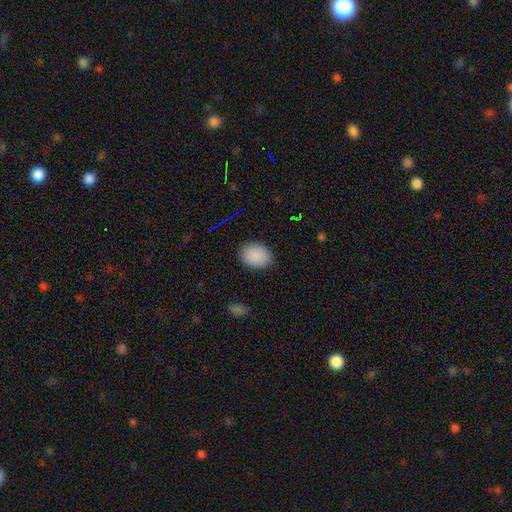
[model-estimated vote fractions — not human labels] A smooth galaxy with no disk features (89%) that is in between round and cigar-shaped (70%).

Vote fractions:
- Smooth or featured? smooth: 89% / star or artifact: 8% / featured or disk: 3%
- How rounded? in between: 70% / round: 29% / cigar-shaped: 1%
- Merging? none: 88% / minor disturbance: 9% / major disturbance: 2% / merger: 1%